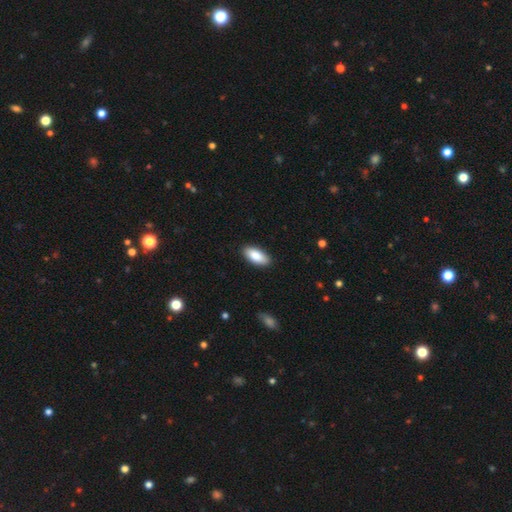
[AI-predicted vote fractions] Morphology: type=smooth (86%); roundness=in between (88%); merging=none (89%).